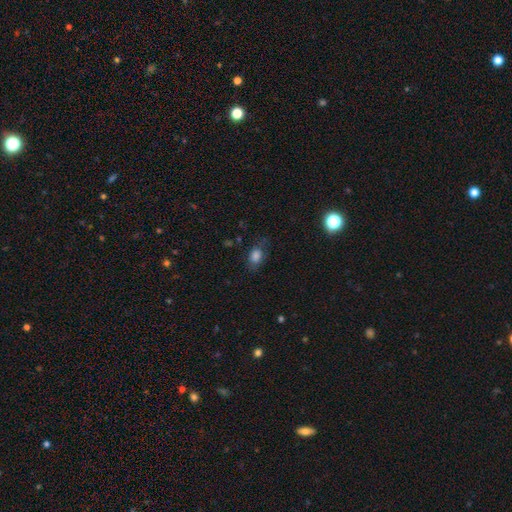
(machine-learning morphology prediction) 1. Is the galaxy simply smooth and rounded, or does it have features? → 79% smooth, 13% star or artifact, 9% featured or disk.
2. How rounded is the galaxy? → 74% in between, 24% round, 2% cigar-shaped.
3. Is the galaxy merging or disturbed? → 68% none, 22% minor disturbance, 9% major disturbance, 2% merger.